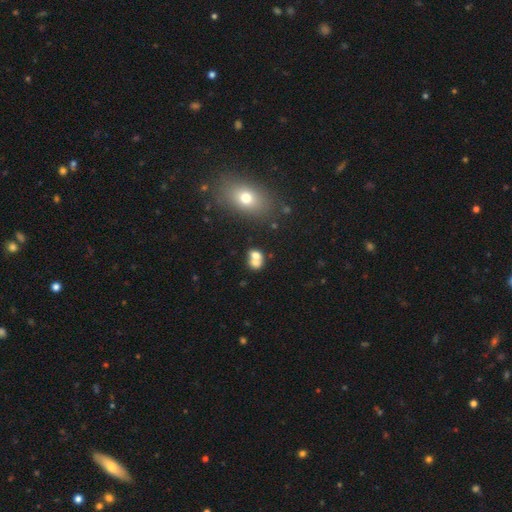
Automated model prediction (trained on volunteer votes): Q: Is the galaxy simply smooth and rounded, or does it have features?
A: smooth — 68%.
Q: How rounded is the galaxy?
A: round — 50%.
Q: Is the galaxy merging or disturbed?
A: merger — 57%.